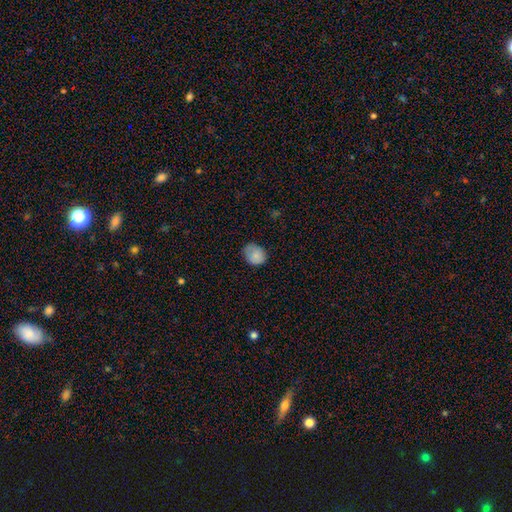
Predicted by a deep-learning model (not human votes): A smooth galaxy with no disk features (85%) that is round (57%). Merging: none (69%).